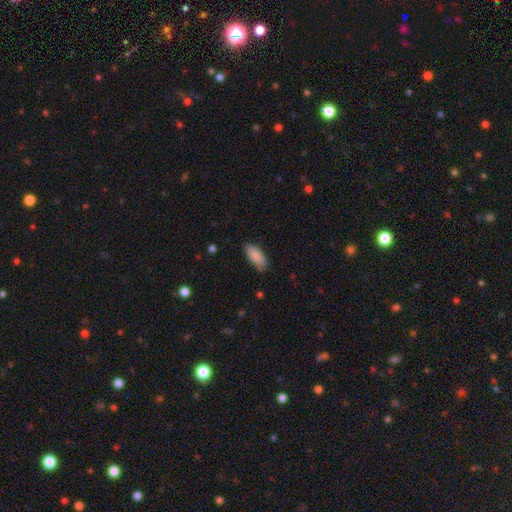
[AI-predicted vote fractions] Q: Smooth or featured?
A: smooth (89%); runner-up: star or artifact (6%)
Q: How rounded?
A: in between (87%); runner-up: cigar-shaped (11%)
Q: Merging?
A: none (82%); runner-up: minor disturbance (14%)